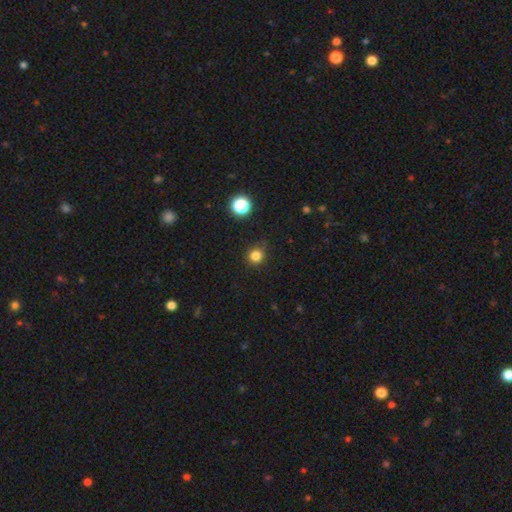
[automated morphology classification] Smooth or featured: smooth — 81% (star or artifact — 15%)
How rounded: round — 91% (in between — 8%)
Merging: none — 81% (minor disturbance — 14%)